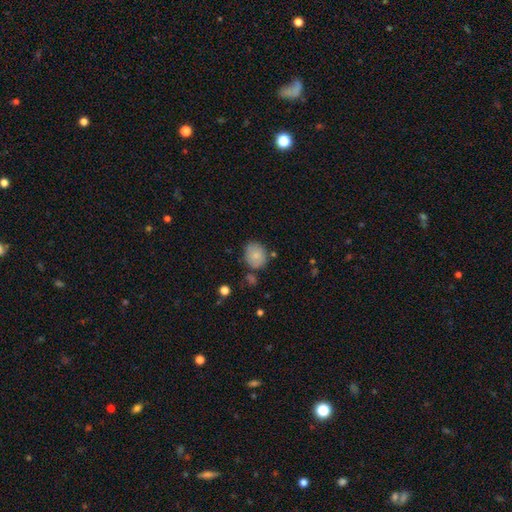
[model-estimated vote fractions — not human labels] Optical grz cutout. It shows a smooth galaxy with no disk features (81%) that is round (69%). Merging: none (70%).